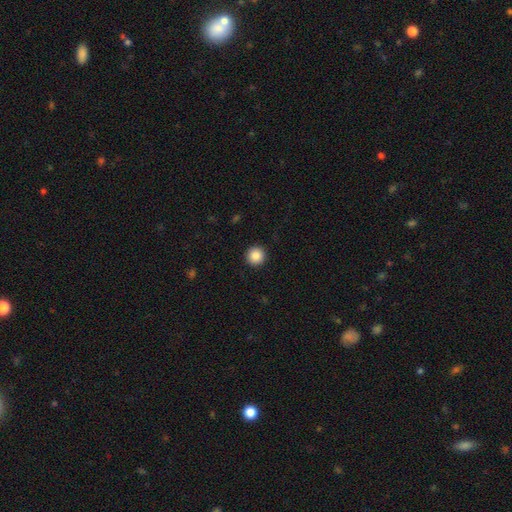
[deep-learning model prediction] Q: Smooth or featured?
A: smooth (87%); runner-up: star or artifact (9%)
Q: How rounded?
A: round (96%); runner-up: in between (3%)
Q: Merging?
A: none (93%); runner-up: minor disturbance (4%)